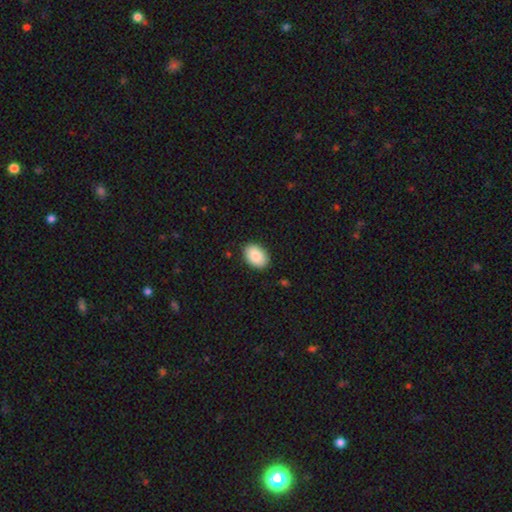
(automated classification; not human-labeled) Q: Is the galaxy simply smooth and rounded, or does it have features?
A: smooth — 89%.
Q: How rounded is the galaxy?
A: in between — 89%.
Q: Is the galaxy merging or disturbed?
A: none — 88%.